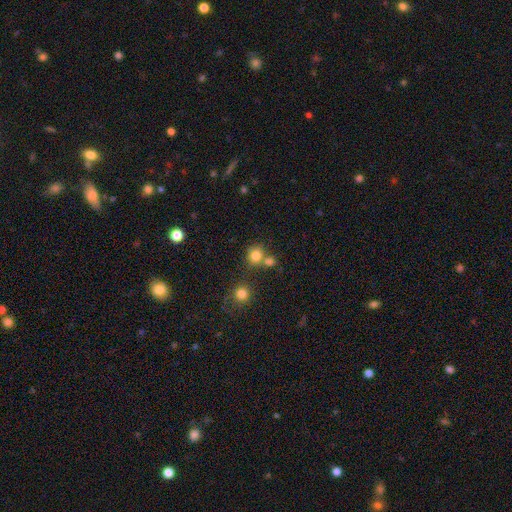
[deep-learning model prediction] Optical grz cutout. It shows a smooth galaxy with no disk features (80%) that is round (81%). Merging: none (57%).